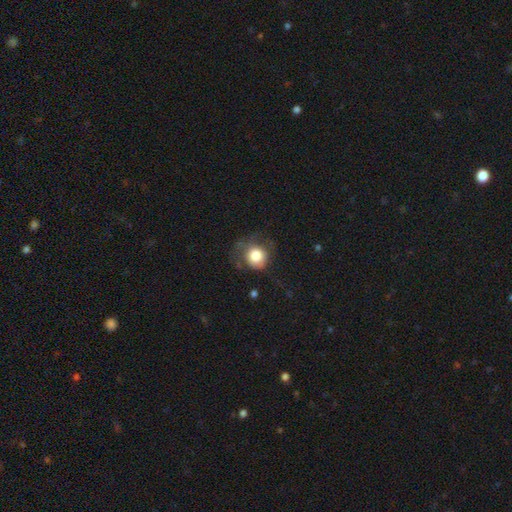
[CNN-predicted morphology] smooth-or-featured: smooth: 80% | featured or disk: 11% | star or artifact: 9%
  how-rounded: round: 87% | in between: 12% | cigar-shaped: 1%
  merging: none: 55% | minor disturbance: 26% | major disturbance: 17% | merger: 2%